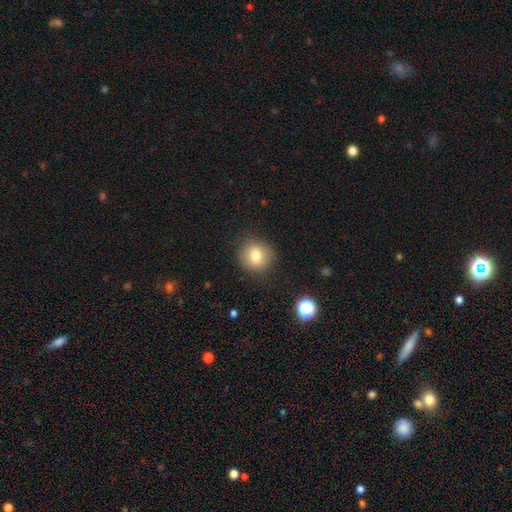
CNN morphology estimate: This appears to be a smooth galaxy with no disk features (78%) that is round (83%). Merging: none (86%).